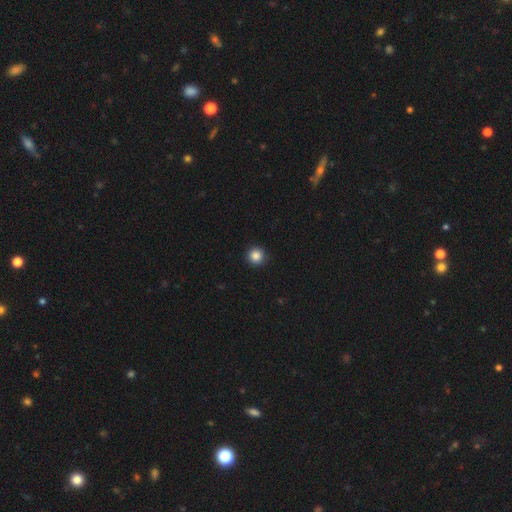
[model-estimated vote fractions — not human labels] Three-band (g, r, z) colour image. It shows a smooth galaxy with no disk features (86%) that is round (95%). Merging: none (92%).